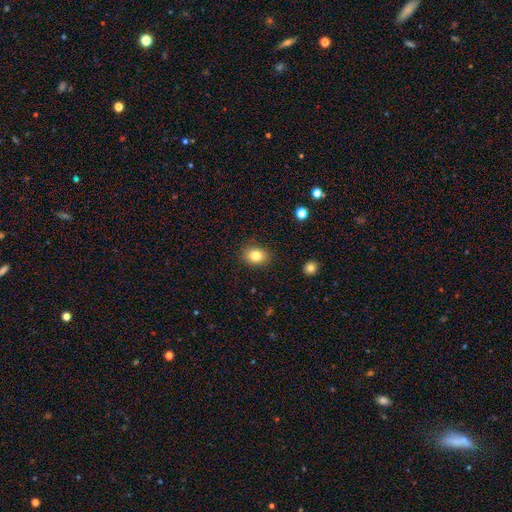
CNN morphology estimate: The model was most divided on "how rounded": in between: 50%, round: 49%, cigar-shaped: 1%. More confident: merging — none (87%); smooth or featured — smooth (82%).